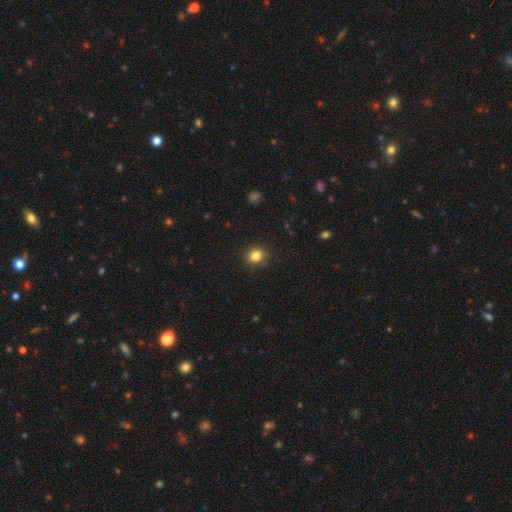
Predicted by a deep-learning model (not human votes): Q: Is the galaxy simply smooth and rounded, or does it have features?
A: smooth — 84%.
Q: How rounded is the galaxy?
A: round — 80%.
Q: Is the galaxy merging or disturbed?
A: none — 89%.